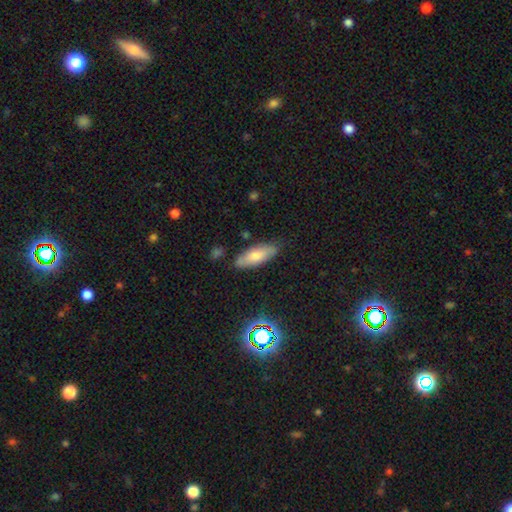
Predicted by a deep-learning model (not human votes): smooth-or-featured: smooth: 70% | featured or disk: 22% | star or artifact: 8%
  how-rounded: in between: 71% | cigar-shaped: 26% | round: 2%
  merging: none: 80% | minor disturbance: 15% | major disturbance: 3% | merger: 2%